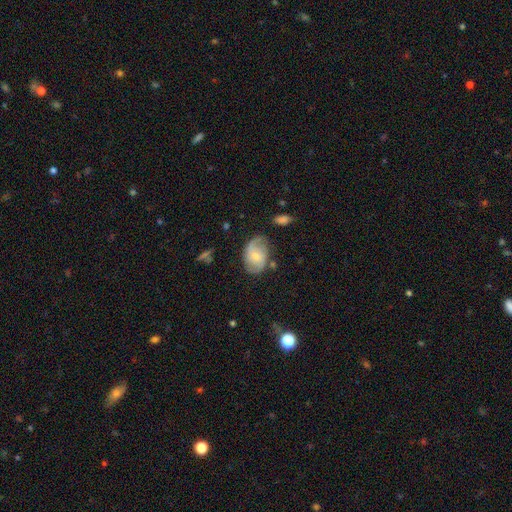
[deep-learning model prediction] smooth_or_featured: featured or disk (p=0.60) [alt: smooth p=0.33]
disk_edge_on: no (p=0.96) [alt: yes p=0.04]
bar: no (p=0.54) [alt: weak p=0.39]
has_spiral_arms: yes (p=0.87) [alt: no p=0.13]
spiral_winding: medium (p=0.44) [alt: tight p=0.28]
spiral_arm_count: 2 (p=0.74) [alt: can't tell p=0.14]
bulge_size: small (p=0.56) [alt: moderate p=0.33]
merging: none (p=0.62) [alt: minor disturbance p=0.24]